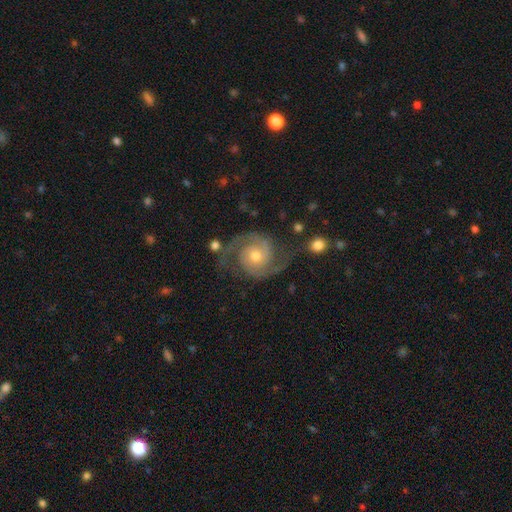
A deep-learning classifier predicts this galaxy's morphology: Q: Smooth or featured?
A: featured or disk (90%); runner-up: star or artifact (5%)
Q: Edge-on disk?
A: no (98%); runner-up: yes (2%)
Q: Bar?
A: no (74%); runner-up: weak (21%)
Q: Spiral arms?
A: yes (98%); runner-up: no (2%)
Q: Spiral winding?
A: medium (50%); runner-up: tight (37%)
Q: Spiral arm count?
A: 2 (93%); runner-up: 3 (2%)
Q: Bulge size?
A: moderate (55%); runner-up: small (40%)
Q: Merging?
A: none (76%); runner-up: minor disturbance (14%)